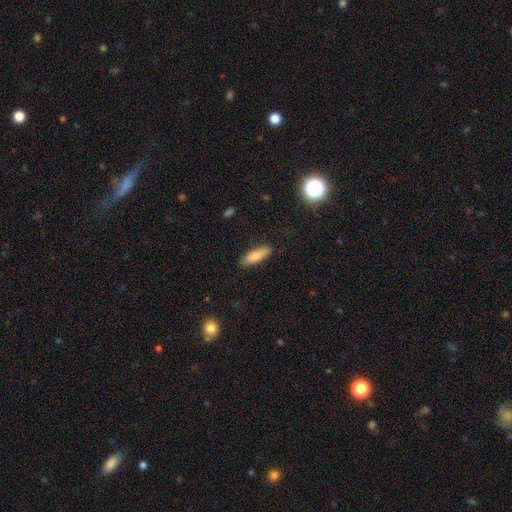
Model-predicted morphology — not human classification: Smooth or featured?
  - smooth: 82% *
  - featured or disk: 11%
  - star or artifact: 7%
How rounded?
  - in between: 52% *
  - cigar-shaped: 46%
  - round: 2%
Merging?
  - none: 84% *
  - minor disturbance: 12%
  - major disturbance: 2%
  - merger: 1%